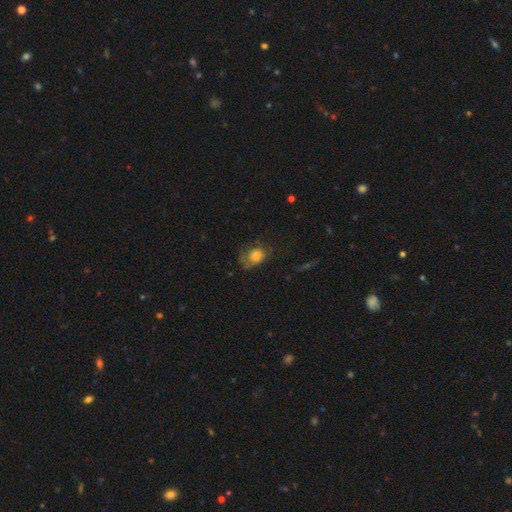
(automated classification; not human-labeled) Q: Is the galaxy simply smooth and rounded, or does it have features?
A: smooth — 72%.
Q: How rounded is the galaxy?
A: in between — 52%.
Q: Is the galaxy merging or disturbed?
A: none — 46%.